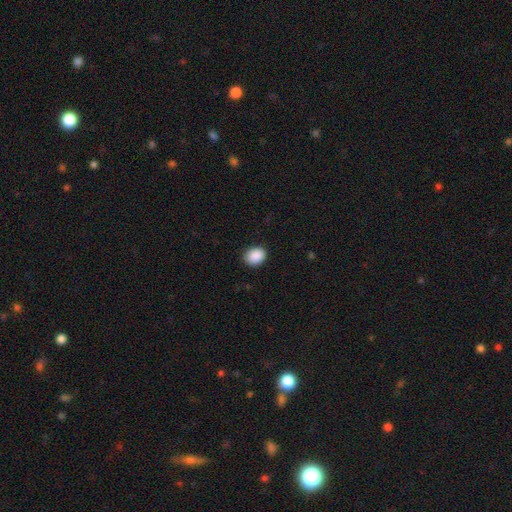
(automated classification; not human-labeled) Overall: smooth (90%). How rounded: in between (50%; round 49%). Merging: none (89%).